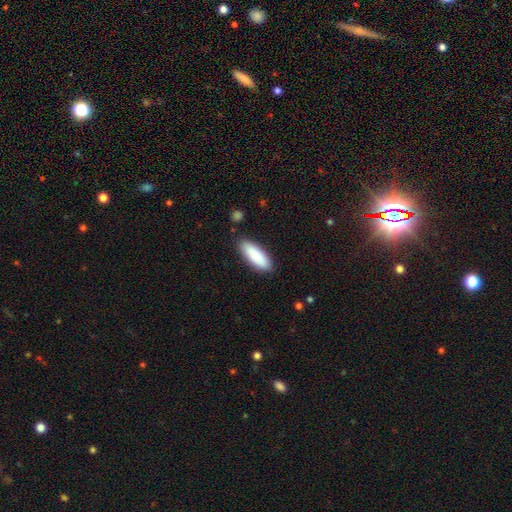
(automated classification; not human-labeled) Smooth or featured?
  - smooth: 88% *
  - featured or disk: 7%
  - star or artifact: 5%
How rounded?
  - in between: 60% *
  - cigar-shaped: 38%
  - round: 2%
Merging?
  - none: 87% *
  - minor disturbance: 10%
  - major disturbance: 2%
  - merger: 2%